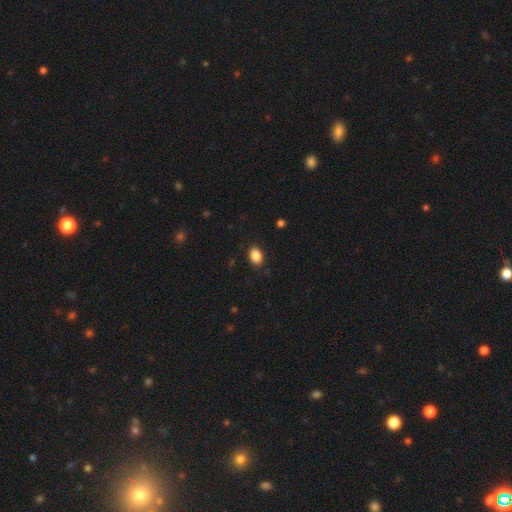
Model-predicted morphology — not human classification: A smooth galaxy with no disk features (87%) that is in between round and cigar-shaped (76%).

Vote fractions:
- Smooth or featured? smooth: 87% / star or artifact: 9% / featured or disk: 4%
- How rounded? in between: 76% / round: 22% / cigar-shaped: 1%
- Merging? none: 87% / minor disturbance: 10% / major disturbance: 2% / merger: 1%